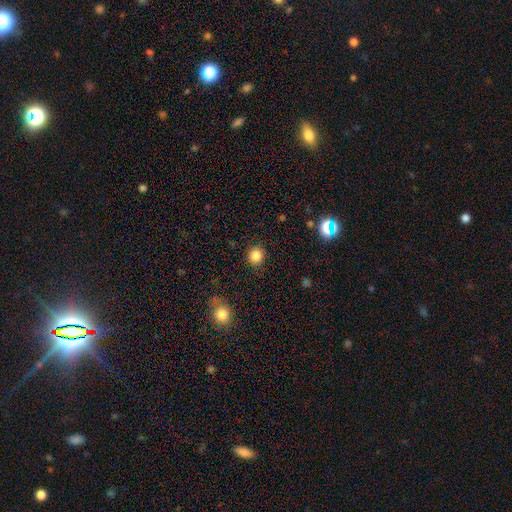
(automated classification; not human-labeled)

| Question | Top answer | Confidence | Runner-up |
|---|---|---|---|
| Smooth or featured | smooth | 85% | star or artifact (11%) |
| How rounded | round | 82% | in between (17%) |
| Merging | none | 86% | minor disturbance (10%) |